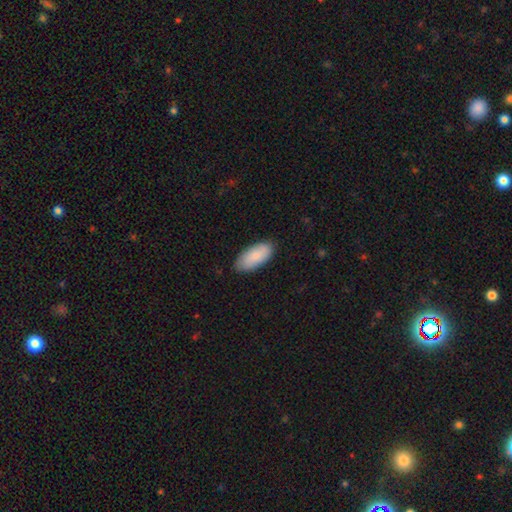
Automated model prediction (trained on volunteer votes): Smooth or featured? Predicted: smooth (p=0.82). How rounded? Predicted: in between (p=0.92). Merging? Predicted: none (p=0.84).